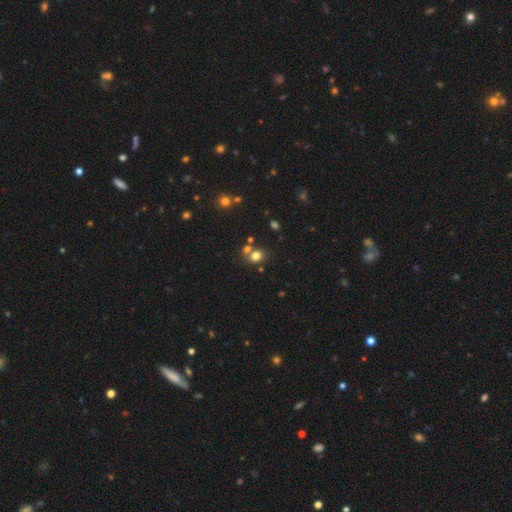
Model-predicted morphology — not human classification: This appears to be a smooth galaxy with no disk features (76%) that is round (60%). Merging: none (57%).